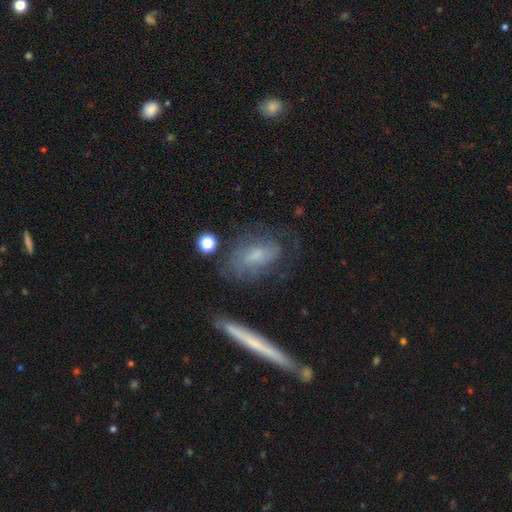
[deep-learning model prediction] Smooth or featured: featured or disk — 49% (smooth — 42%)
Merging: none — 56% (minor disturbance — 22%)